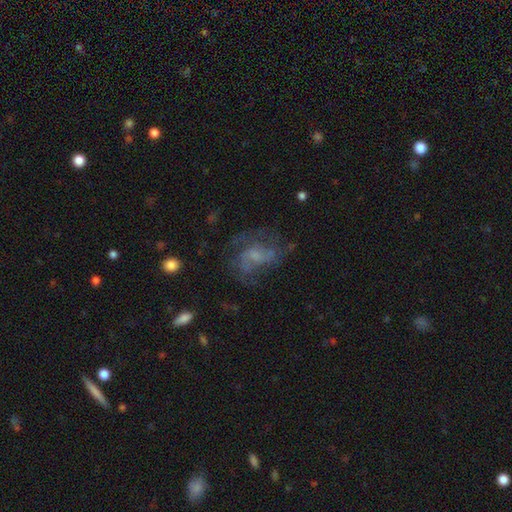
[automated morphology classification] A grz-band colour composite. It shows a featured or disk galaxy (64%) with no bar (57%), spiral arms (73%) and a small central bulge (44%). Merging: none (51%).